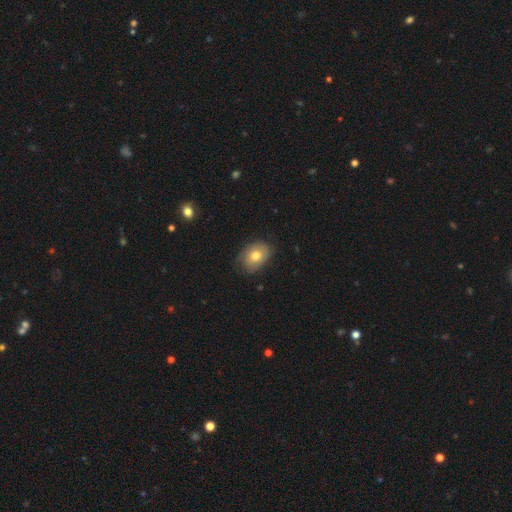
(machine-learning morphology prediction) Overall: smooth (73%). How rounded: in between (70%). Merging: none (71%).